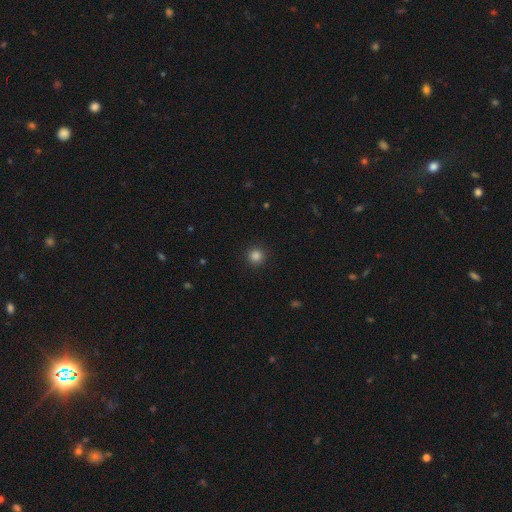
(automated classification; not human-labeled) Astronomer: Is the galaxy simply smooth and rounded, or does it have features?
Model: smooth — 84%.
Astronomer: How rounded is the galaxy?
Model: round — 95%.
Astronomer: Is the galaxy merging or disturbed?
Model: none — 92%.